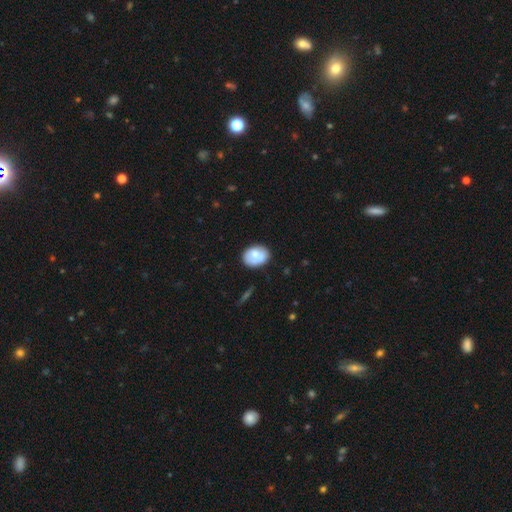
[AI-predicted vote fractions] Q: Smooth or featured?
A: smooth (68%); runner-up: featured or disk (25%)
Q: How rounded?
A: in between (66%); runner-up: round (33%)
Q: Merging?
A: none (68%); runner-up: minor disturbance (20%)